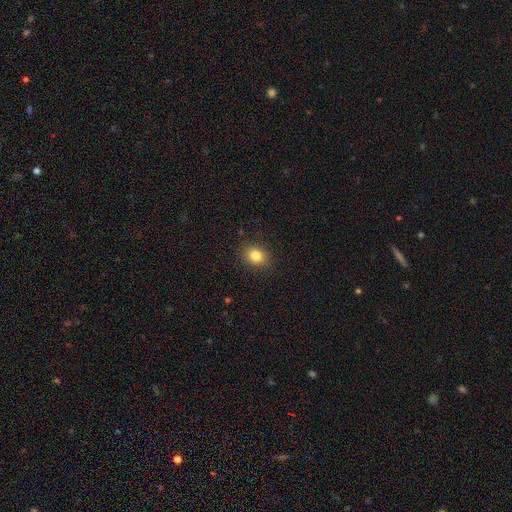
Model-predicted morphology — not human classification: This is clearly a smooth galaxy (82%). How rounded: possibly round (56%). Merging: clearly none (89%).